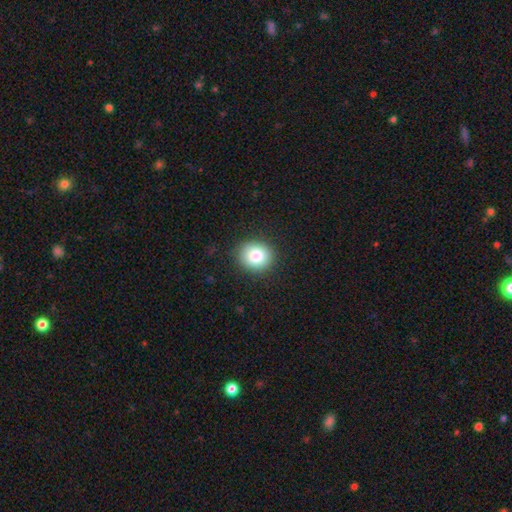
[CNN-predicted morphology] A smooth galaxy with no disk features (83%) that is round (77%).

Vote fractions:
- Smooth or featured? smooth: 83% / star or artifact: 9% / featured or disk: 8%
- How rounded? round: 77% / in between: 22% / cigar-shaped: 1%
- Merging? none: 89% / minor disturbance: 8% / major disturbance: 2% / merger: 1%